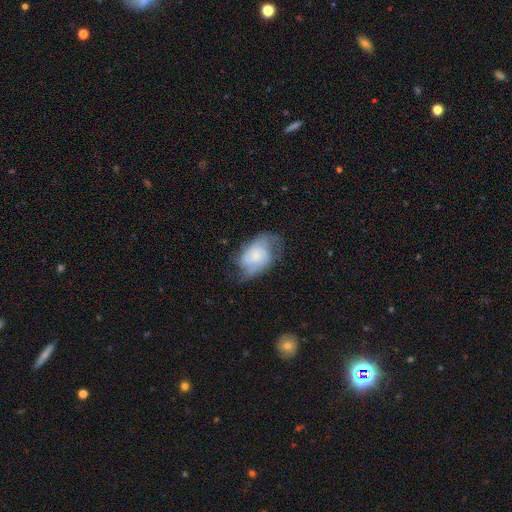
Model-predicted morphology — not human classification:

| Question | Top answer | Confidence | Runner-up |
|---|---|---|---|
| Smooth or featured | featured or disk | 54% | smooth (38%) |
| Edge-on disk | no | 96% | yes (4%) |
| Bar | no | 76% | weak (20%) |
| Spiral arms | yes | 79% | no (21%) |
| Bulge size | small | 36% | moderate (25%) |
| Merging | none | 48% | minor disturbance (29%) |